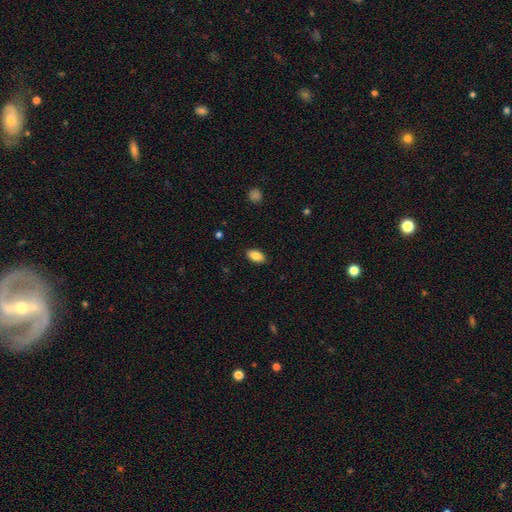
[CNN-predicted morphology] The model was most divided on "smooth or featured": smooth: 86%, star or artifact: 7%, featured or disk: 6%. More confident: how rounded — in between (92%); merging — none (88%).